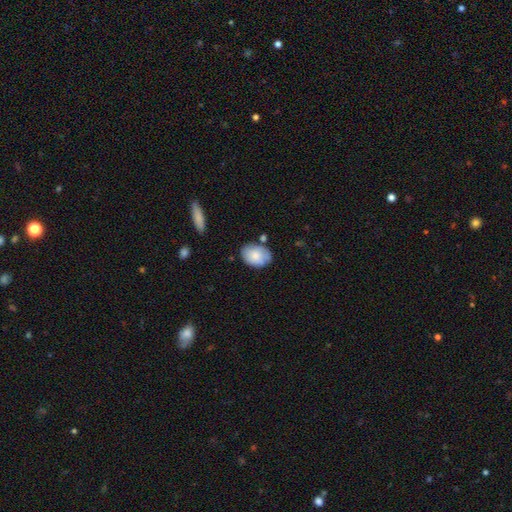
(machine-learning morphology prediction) A smooth galaxy with no disk features (78%) that is in between round and cigar-shaped (74%).

Vote fractions:
- Smooth or featured? smooth: 78% / featured or disk: 16% / star or artifact: 7%
- How rounded? in between: 74% / round: 25% / cigar-shaped: 1%
- Merging? none: 69% / minor disturbance: 21% / merger: 6% / major disturbance: 5%